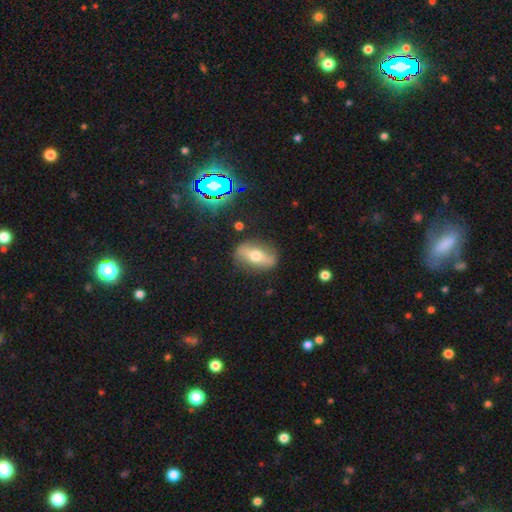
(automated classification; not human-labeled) Overall: featured or disk (50%; smooth 40%). Edge-on disk: no (52%; yes 48%). Merging: none (81%).